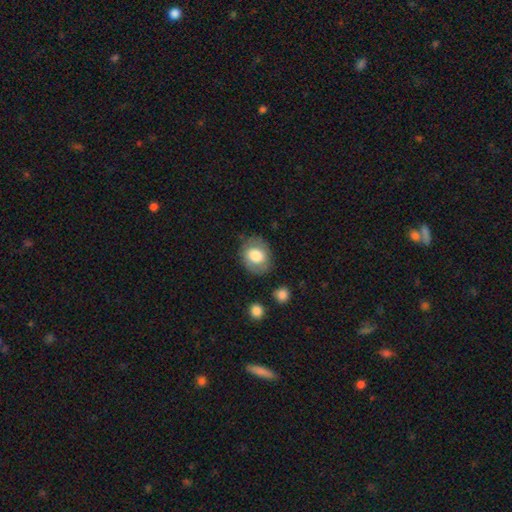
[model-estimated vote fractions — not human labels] Smooth or featured? Predicted: smooth (p=0.73). How rounded? Predicted: round (p=0.50). Merging? Predicted: none (p=0.77).